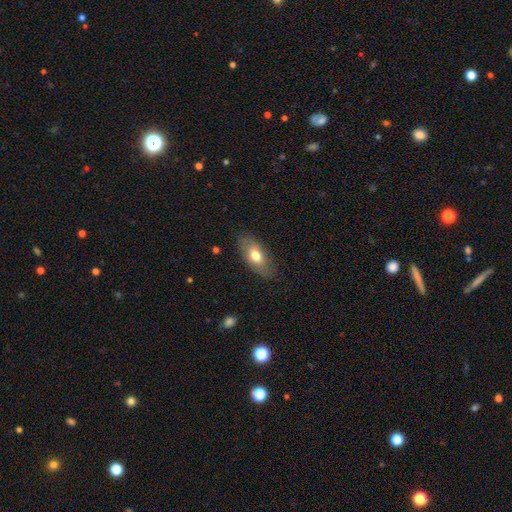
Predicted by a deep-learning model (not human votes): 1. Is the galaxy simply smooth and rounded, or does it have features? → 70% smooth, 23% featured or disk, 7% star or artifact.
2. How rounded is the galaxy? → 85% in between, 10% cigar-shaped, 5% round.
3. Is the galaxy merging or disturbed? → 80% none, 15% minor disturbance, 4% major disturbance, 1% merger.